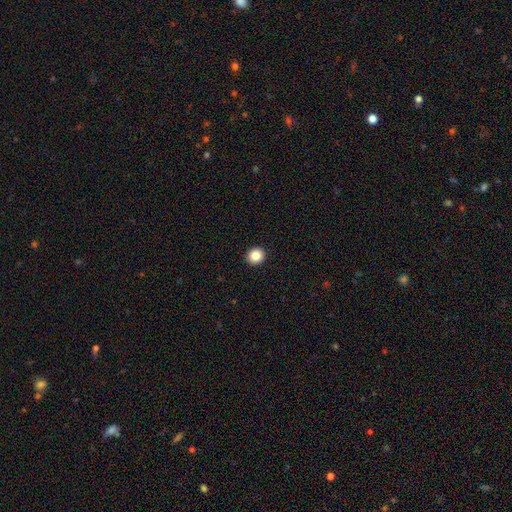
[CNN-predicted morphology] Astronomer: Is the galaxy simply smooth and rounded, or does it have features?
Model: smooth — 86%.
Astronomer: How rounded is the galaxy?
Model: round — 86%.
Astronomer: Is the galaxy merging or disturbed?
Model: none — 93%.